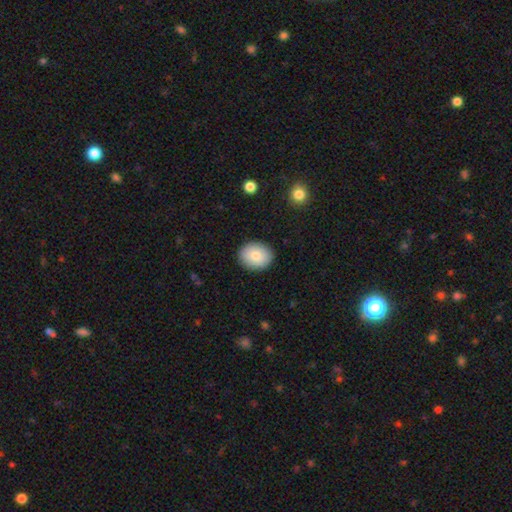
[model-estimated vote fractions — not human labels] smooth 82%, featured or disk 10%, star or artifact 8%. Down the decision tree: how rounded — round (57%); merging — none (90%).